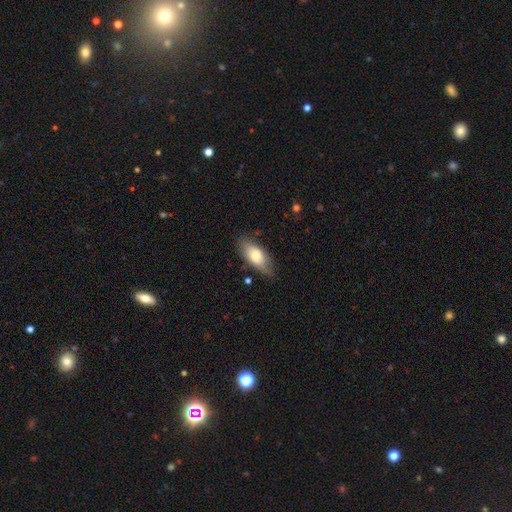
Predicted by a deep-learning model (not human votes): smooth 73%, featured or disk 21%, star or artifact 6%. Down the decision tree: how rounded — in between (85%); merging — none (73%).